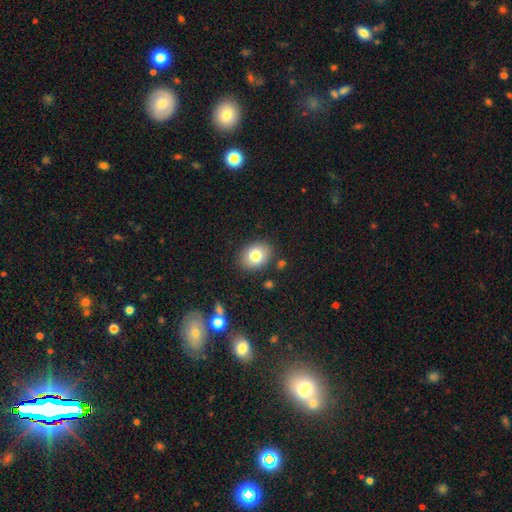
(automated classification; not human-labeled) This appears to be a smooth galaxy with no disk features (79%) that is in between round and cigar-shaped (56%). Merging: none (86%).